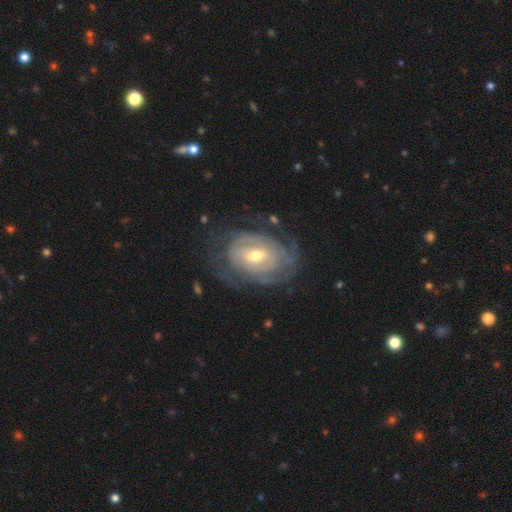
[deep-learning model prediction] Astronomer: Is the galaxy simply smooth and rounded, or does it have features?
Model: featured or disk — 84%.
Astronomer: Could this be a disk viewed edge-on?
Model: no — 96%.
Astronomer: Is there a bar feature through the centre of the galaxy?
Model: weak — 45% (runner-up: no, 37%).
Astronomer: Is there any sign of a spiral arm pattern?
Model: yes — 88%.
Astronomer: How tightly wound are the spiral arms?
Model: tight — 74%.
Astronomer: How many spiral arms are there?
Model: can't tell — 50%.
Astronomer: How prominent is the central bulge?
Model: moderate — 57% (runner-up: small, 38%).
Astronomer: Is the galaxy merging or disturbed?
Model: none — 67%.